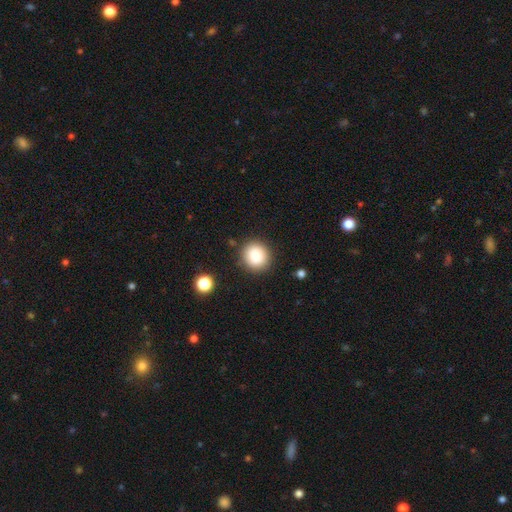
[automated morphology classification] type=smooth (85%); roundness=round (88%); merging=none (87%).